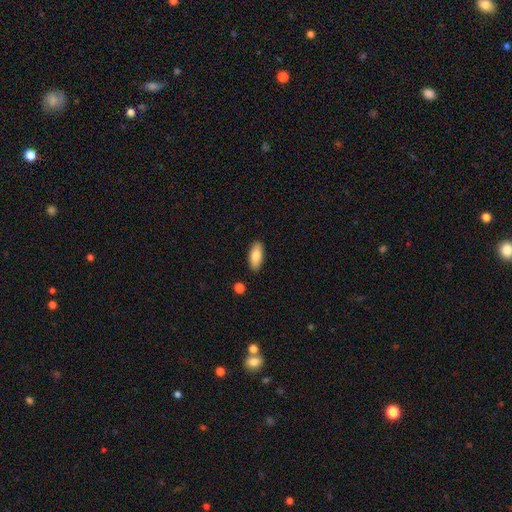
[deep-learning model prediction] A smooth galaxy with no disk features (82%) that is in between round and cigar-shaped (85%).

Vote fractions:
- Smooth or featured? smooth: 82% / featured or disk: 12% / star or artifact: 6%
- How rounded? in between: 85% / cigar-shaped: 12% / round: 2%
- Merging? none: 88% / minor disturbance: 8% / major disturbance: 2% / merger: 2%